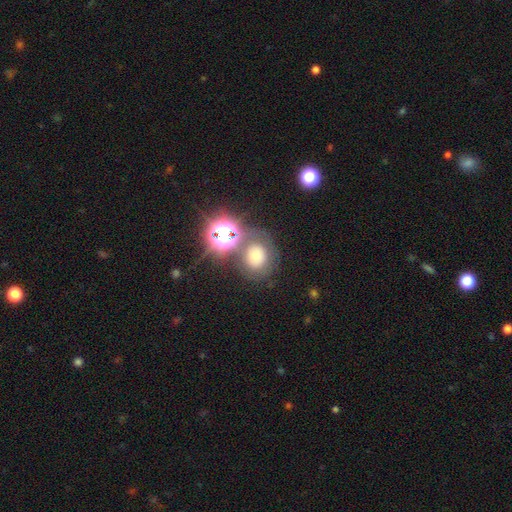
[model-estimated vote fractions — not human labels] The model was most divided on "smooth or featured": smooth: 58%, star or artifact: 26%, featured or disk: 16%. More confident: how rounded — round (71%); merging — none (62%).